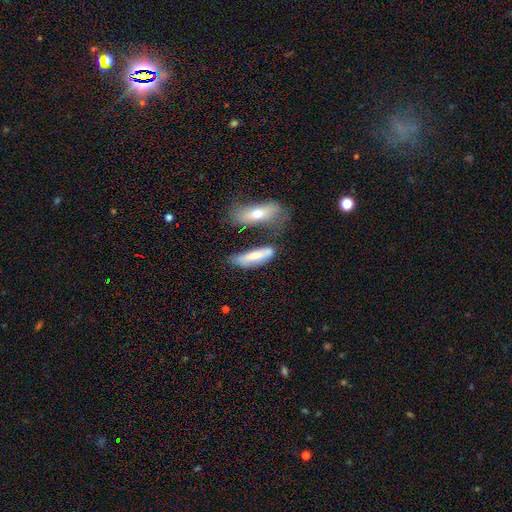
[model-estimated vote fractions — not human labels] The model was most divided on "how rounded": cigar-shaped: 59%, in between: 39%, round: 3%. More confident: smooth or featured — smooth (63%); merging — none (51%).